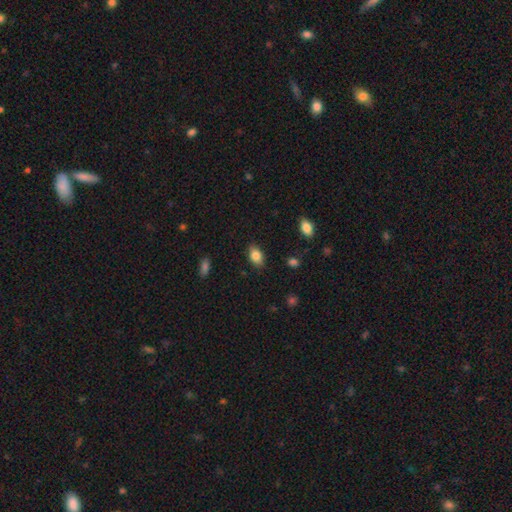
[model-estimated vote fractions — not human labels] A smooth galaxy with no disk features (83%) that is in between round and cigar-shaped (88%). Merging: none (85%).